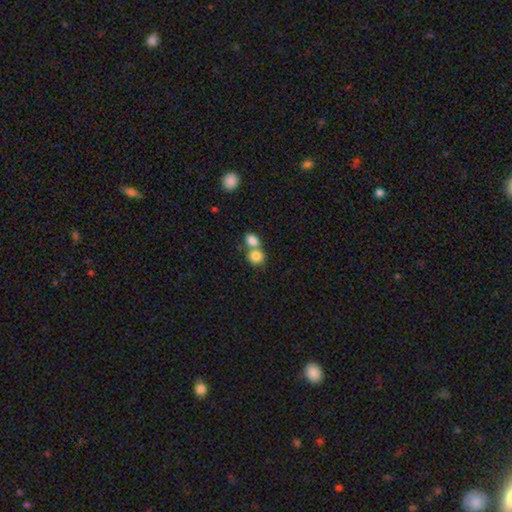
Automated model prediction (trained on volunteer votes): This appears to be a smooth galaxy with no disk features (83%) that is round (70%). Merging: merger (58%).